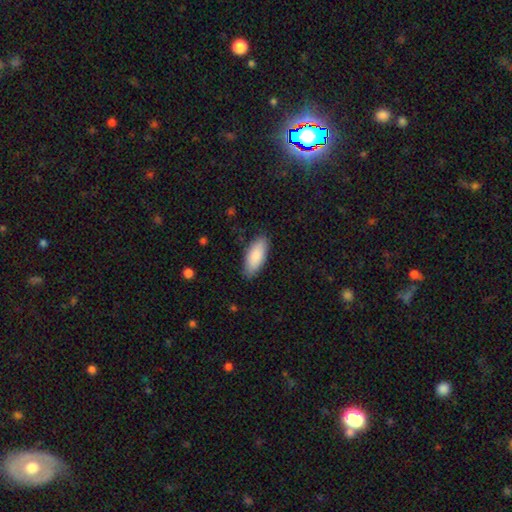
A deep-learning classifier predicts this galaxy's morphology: This appears to be a smooth galaxy with no disk features (87%) that is in between round and cigar-shaped (84%). Merging: none (85%).